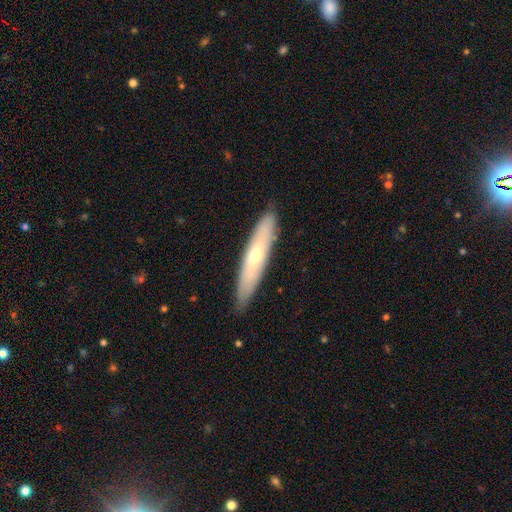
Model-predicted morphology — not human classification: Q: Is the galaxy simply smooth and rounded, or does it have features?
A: featured or disk — 48%.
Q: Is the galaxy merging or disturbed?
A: none — 86%.